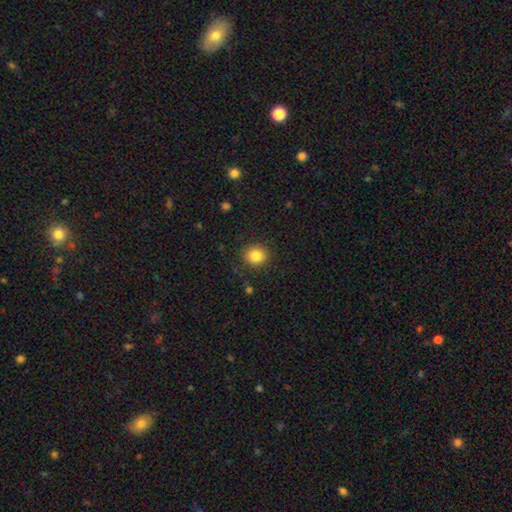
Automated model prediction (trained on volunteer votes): Morphology: type=smooth (84%); roundness=round (87%); merging=none (88%).